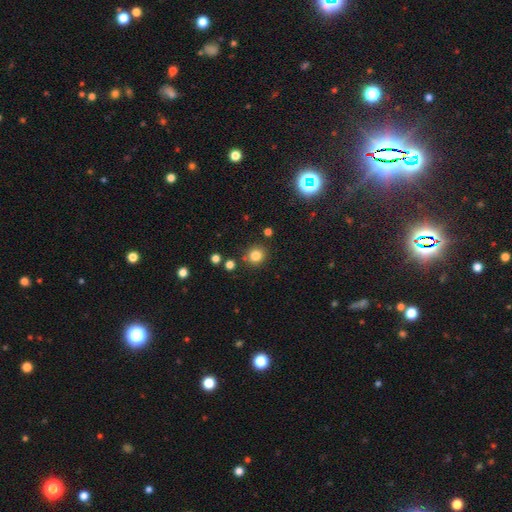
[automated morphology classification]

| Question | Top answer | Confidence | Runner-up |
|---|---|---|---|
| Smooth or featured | smooth | 82% | star or artifact (13%) |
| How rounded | round | 88% | in between (11%) |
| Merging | none | 83% | minor disturbance (9%) |